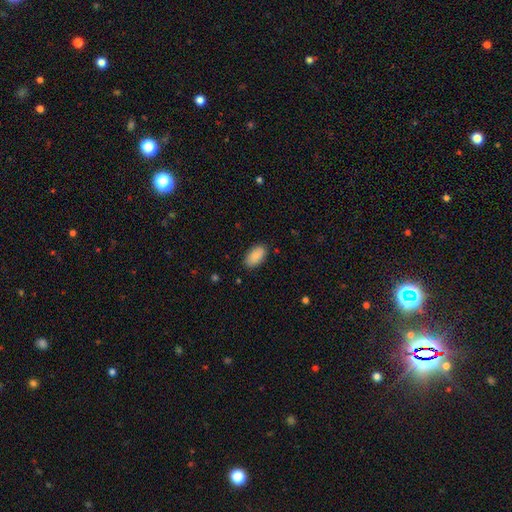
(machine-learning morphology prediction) Smooth or featured? Predicted: smooth (p=0.88). How rounded? Predicted: in between (p=0.94). Merging? Predicted: none (p=0.85).